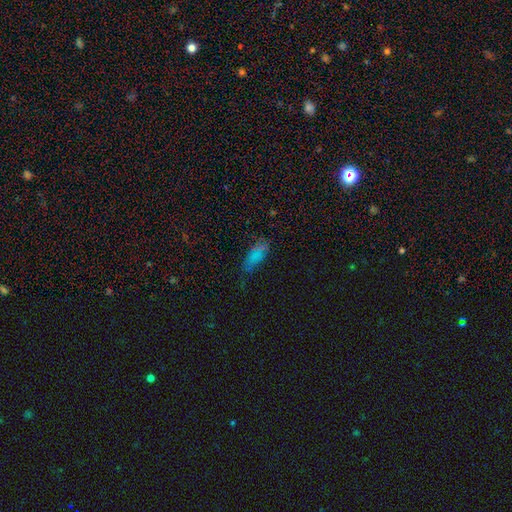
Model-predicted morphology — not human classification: Smooth or featured: smooth — 69% (star or artifact — 18%)
How rounded: in between — 80% (cigar-shaped — 17%)
Merging: none — 60% (minor disturbance — 27%)